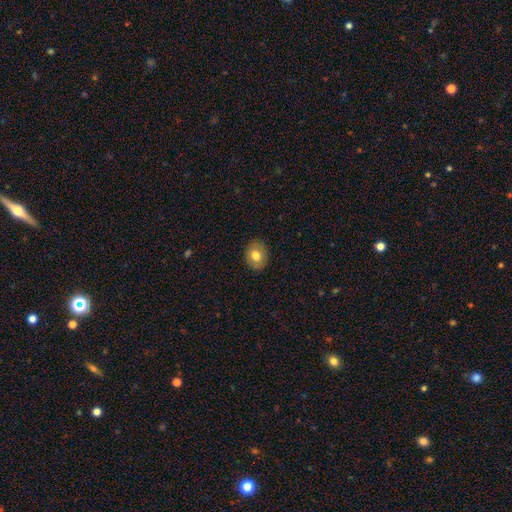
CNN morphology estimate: type=smooth (74%); roundness=round (58%); merging=none (86%).